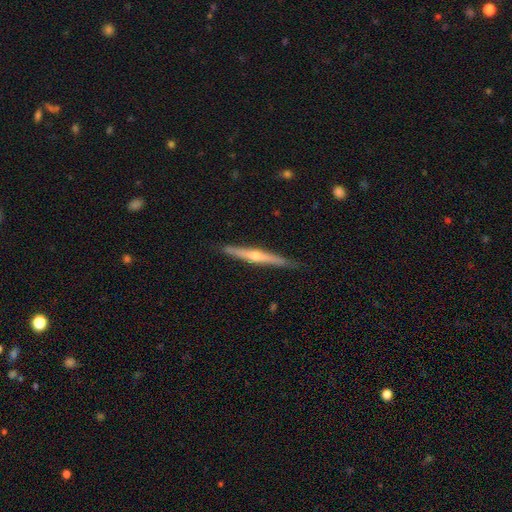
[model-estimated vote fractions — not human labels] Smooth or featured?
  - featured or disk: 72% *
  - smooth: 22%
  - star or artifact: 6%
Edge-on disk?
  - yes: 97% *
  - no: 3%
Edge-on bulge?
  - rounded: 84% *
  - none: 13%
  - boxy: 3%
Merging?
  - none: 88% *
  - minor disturbance: 9%
  - major disturbance: 1%
  - merger: 1%